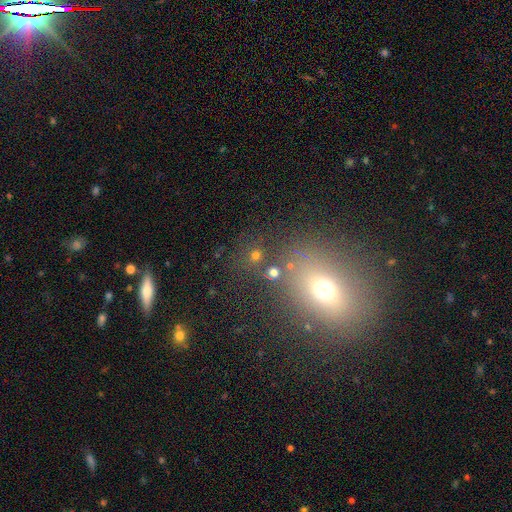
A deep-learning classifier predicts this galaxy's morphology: A smooth galaxy with no disk features (60%) that is round (86%).

Vote fractions:
- Smooth or featured? smooth: 60% / star or artifact: 30% / featured or disk: 10%
- How rounded? round: 86% / in between: 13% / cigar-shaped: 1%
- Merging? none: 72% / merger: 13% / minor disturbance: 9% / major disturbance: 6%